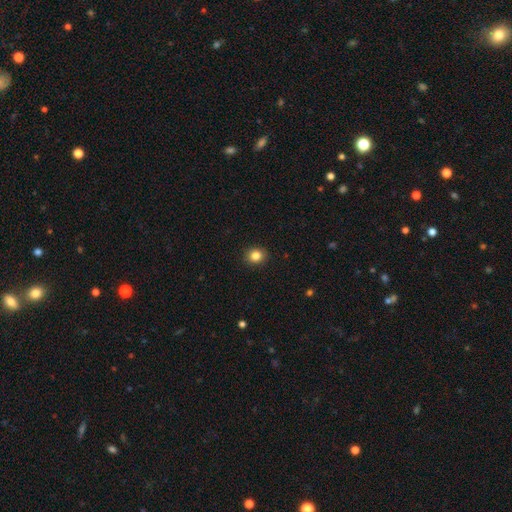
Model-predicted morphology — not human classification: This is clearly a smooth galaxy (84%). How rounded: likely round (78%). Merging: clearly none (91%).